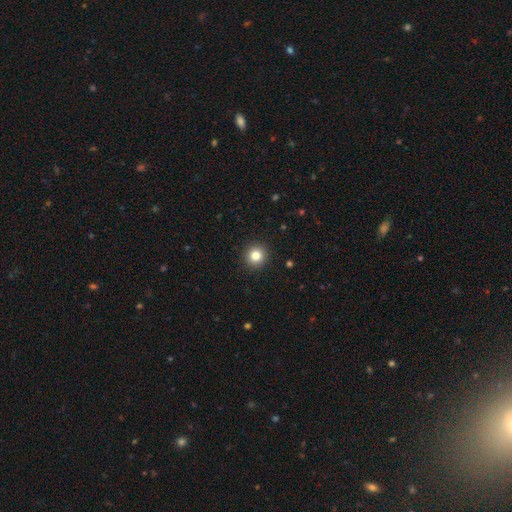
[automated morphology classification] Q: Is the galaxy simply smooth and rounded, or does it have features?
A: smooth — 81%.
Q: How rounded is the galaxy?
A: round — 95%.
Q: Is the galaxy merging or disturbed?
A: none — 93%.